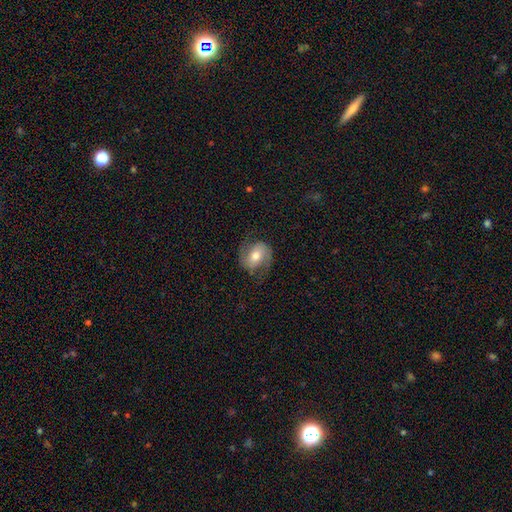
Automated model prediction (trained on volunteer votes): Smooth or featured?
  - featured or disk: 75% *
  - smooth: 18%
  - star or artifact: 7%
Edge-on disk?
  - no: 97% *
  - yes: 3%
Bar?
  - no: 44% *
  - weak: 37%
  - strong: 19%
Spiral arms?
  - yes: 93% *
  - no: 7%
Spiral winding?
  - medium: 50% *
  - loose: 31%
  - tight: 19%
Spiral arm count?
  - 2: 92% *
  - can't tell: 3%
  - 1: 2%
  - 3: 1%
  - 4: 1%
  - more than 4: 1%
Bulge size?
  - moderate: 70% *
  - small: 18%
  - large: 10%
  - dominant: 1%
  - none: 1%
Merging?
  - none: 76% *
  - minor disturbance: 15%
  - major disturbance: 8%
  - merger: 1%